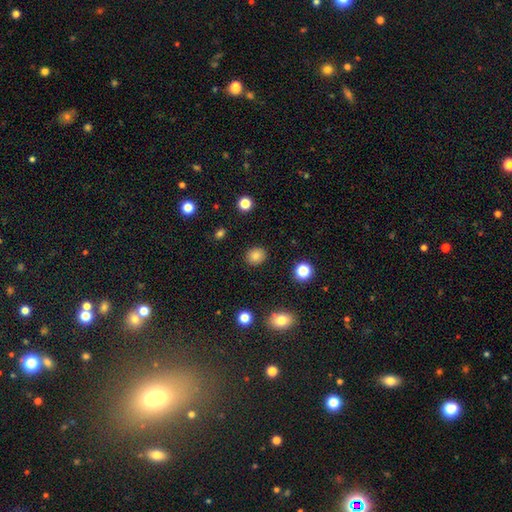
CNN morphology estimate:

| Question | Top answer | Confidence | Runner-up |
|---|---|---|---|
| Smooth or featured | smooth | 83% | star or artifact (11%) |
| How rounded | round | 67% | in between (32%) |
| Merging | none | 89% | minor disturbance (7%) |